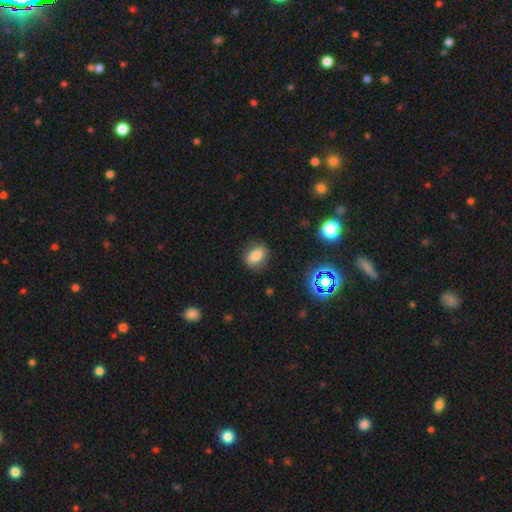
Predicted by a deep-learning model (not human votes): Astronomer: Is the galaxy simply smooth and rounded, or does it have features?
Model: smooth — 76%.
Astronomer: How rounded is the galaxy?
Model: in between — 70%.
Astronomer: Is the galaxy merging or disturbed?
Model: none — 82%.